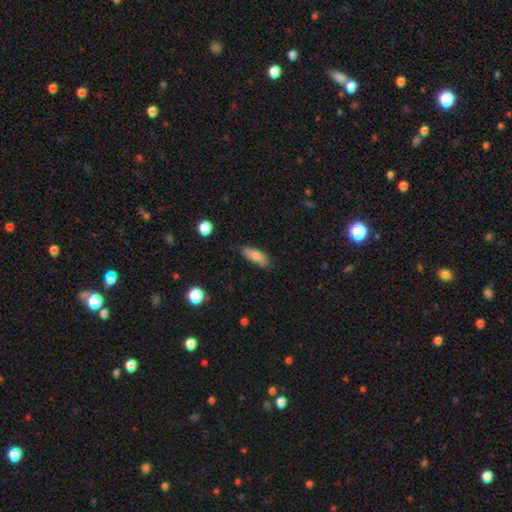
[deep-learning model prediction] smooth_or_featured: smooth (p=0.81) [alt: featured or disk p=0.12]
how_rounded: in between (p=0.68) [alt: cigar-shaped p=0.30]
merging: none (p=0.78) [alt: minor disturbance p=0.17]